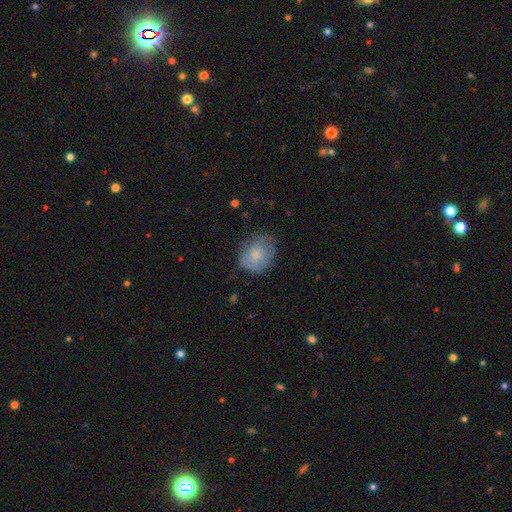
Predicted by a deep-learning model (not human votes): smooth_or_featured: smooth (p=0.71) [alt: featured or disk p=0.22]
how_rounded: round (p=0.52) [alt: in between p=0.47]
merging: none (p=0.63) [alt: minor disturbance p=0.27]